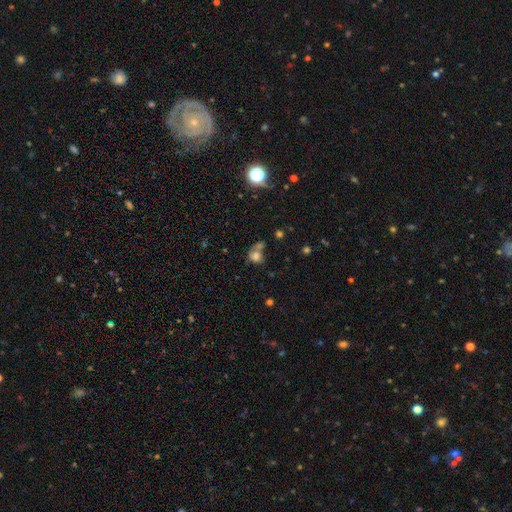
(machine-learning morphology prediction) type=smooth (73%); roundness=round (64%); merging=merger (41%).